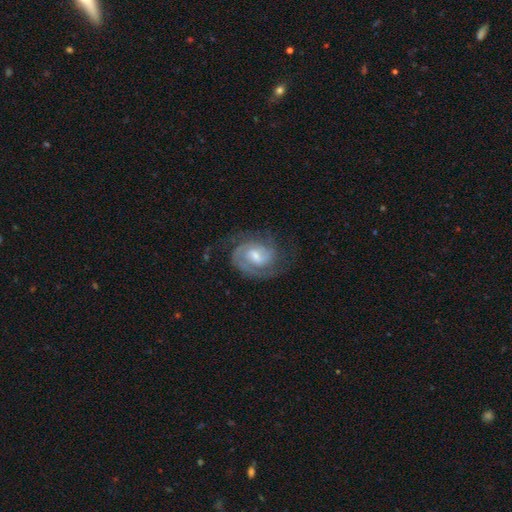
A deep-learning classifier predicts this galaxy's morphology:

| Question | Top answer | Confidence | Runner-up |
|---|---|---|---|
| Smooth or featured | featured or disk | 86% | smooth (9%) |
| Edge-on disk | no | 98% | yes (2%) |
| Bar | weak | 54% | no (33%) |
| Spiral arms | yes | 97% | no (3%) |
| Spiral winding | tight | 50% | medium (41%) |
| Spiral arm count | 2 | 67% | can't tell (12%) |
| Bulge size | moderate | 49% | small (41%) |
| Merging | none | 69% | minor disturbance (18%) |